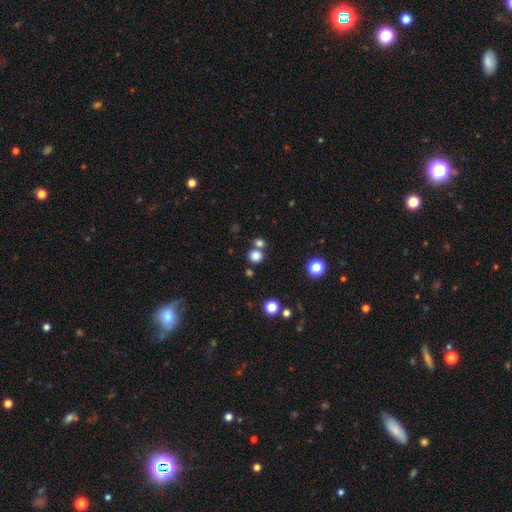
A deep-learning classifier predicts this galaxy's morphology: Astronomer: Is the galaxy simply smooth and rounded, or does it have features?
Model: smooth — 81%.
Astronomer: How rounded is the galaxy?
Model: round — 85%.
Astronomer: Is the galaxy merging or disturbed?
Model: none — 66%.